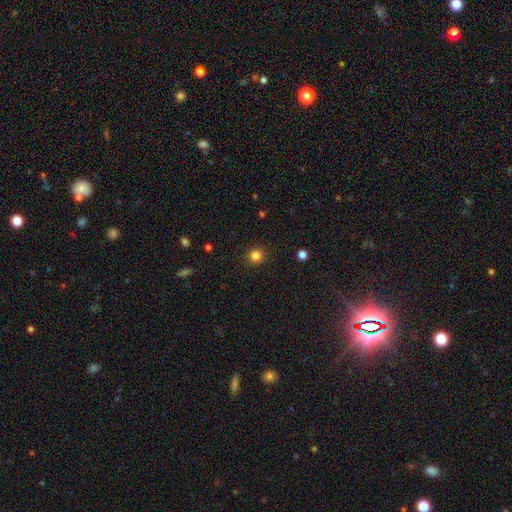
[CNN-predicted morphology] smooth-or-featured: smooth: 83% | star or artifact: 13% | featured or disk: 4%
  how-rounded: round: 93% | in between: 6% | cigar-shaped: 1%
  merging: none: 91% | minor disturbance: 6% | major disturbance: 2% | merger: 1%